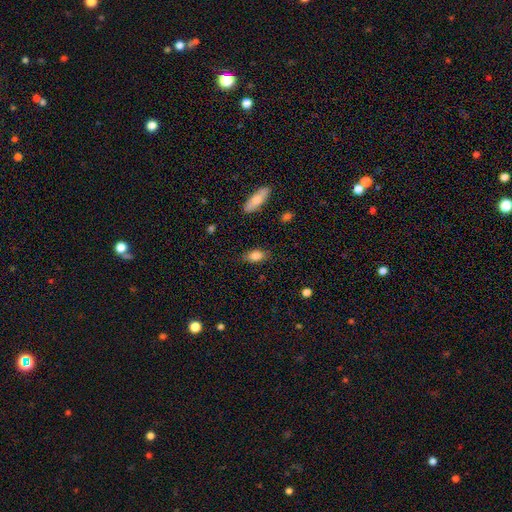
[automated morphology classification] Smooth or featured? smooth (83%)
How rounded? in between (87%)
Merging? none (82%)